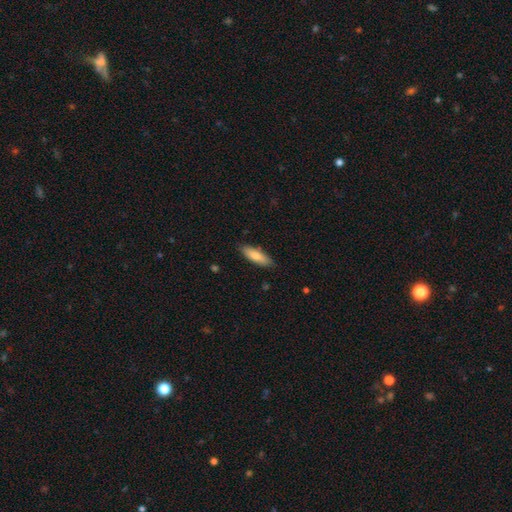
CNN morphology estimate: smooth_or_featured: smooth (p=0.80) [alt: featured or disk p=0.14]
how_rounded: in between (p=0.50) [alt: cigar-shaped p=0.49]
merging: none (p=0.86) [alt: minor disturbance p=0.11]